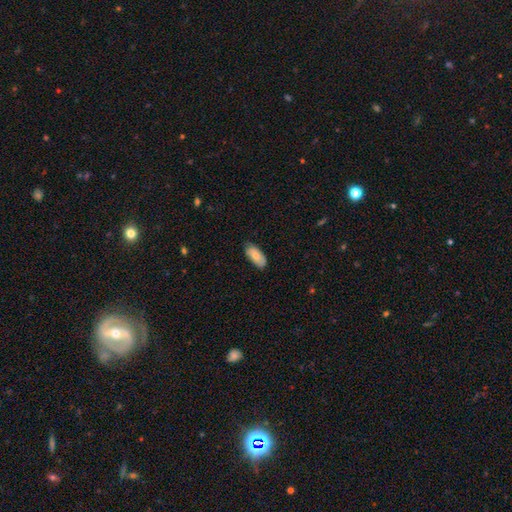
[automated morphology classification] Overall: smooth (77%). How rounded: in between (90%). Merging: none (77%).